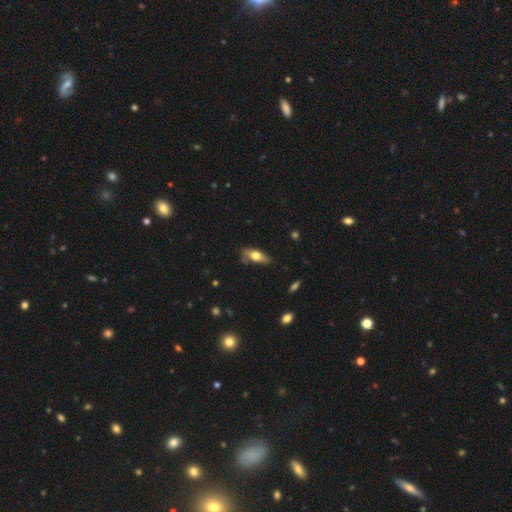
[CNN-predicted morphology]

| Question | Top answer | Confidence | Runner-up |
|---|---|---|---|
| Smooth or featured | smooth | 62% | featured or disk (31%) |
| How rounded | in between | 73% | cigar-shaped (23%) |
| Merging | none | 59% | minor disturbance (28%) |